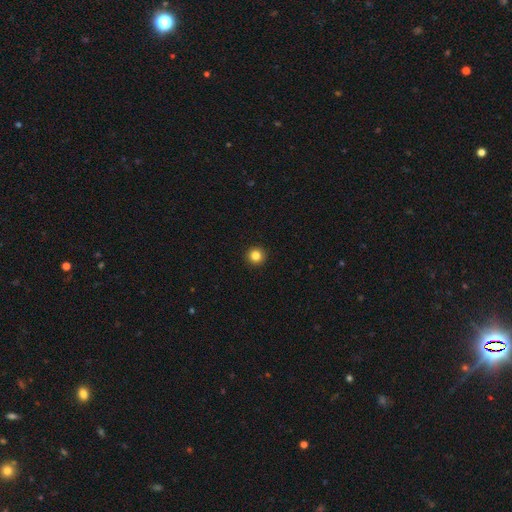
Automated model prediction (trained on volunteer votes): smooth_or_featured: smooth (p=0.84) [alt: star or artifact p=0.11]
how_rounded: round (p=0.96) [alt: in between p=0.03]
merging: none (p=0.94) [alt: minor disturbance p=0.04]